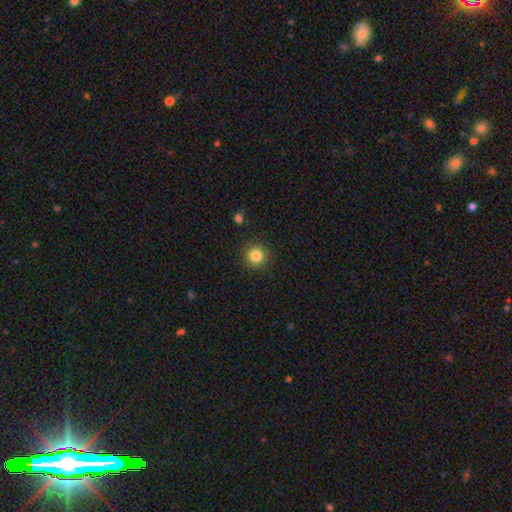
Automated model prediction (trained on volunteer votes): Q: Smooth or featured?
A: smooth (84%); runner-up: star or artifact (11%)
Q: How rounded?
A: round (95%); runner-up: in between (4%)
Q: Merging?
A: none (91%); runner-up: minor disturbance (6%)